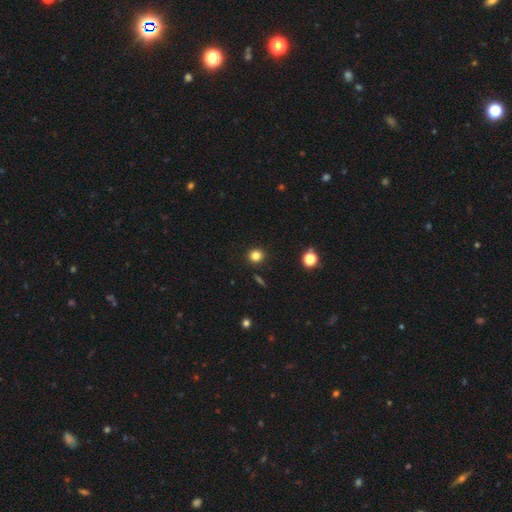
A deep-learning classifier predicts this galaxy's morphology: Smooth or featured? Predicted: smooth (p=0.82). How rounded? Predicted: round (p=0.88). Merging? Predicted: none (p=0.91).